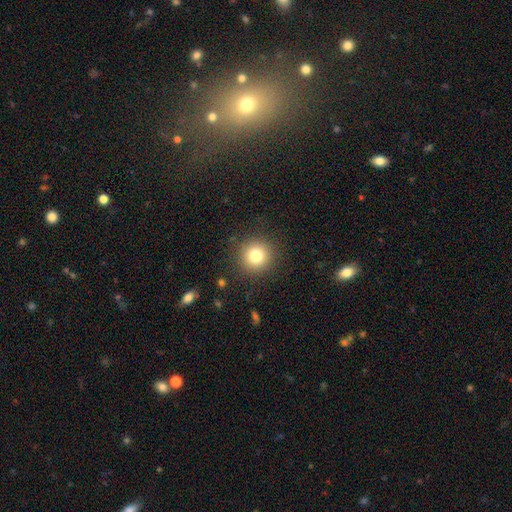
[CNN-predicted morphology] Smooth or featured? Predicted: smooth (p=0.79). How rounded? Predicted: round (p=0.94). Merging? Predicted: none (p=0.90).